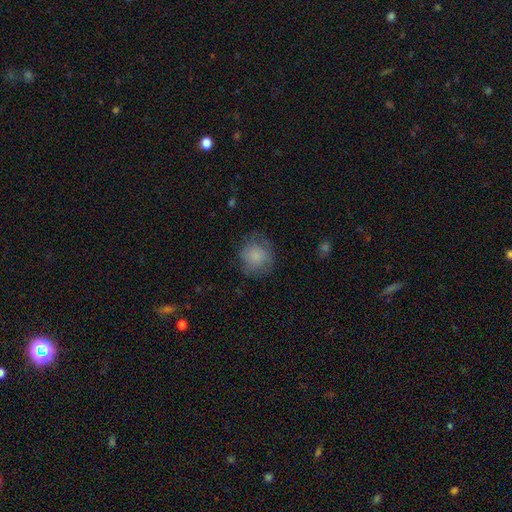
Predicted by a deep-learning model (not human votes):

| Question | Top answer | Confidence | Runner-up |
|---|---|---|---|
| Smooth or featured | smooth | 79% | featured or disk (13%) |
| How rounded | round | 87% | in between (12%) |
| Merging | none | 69% | minor disturbance (21%) |